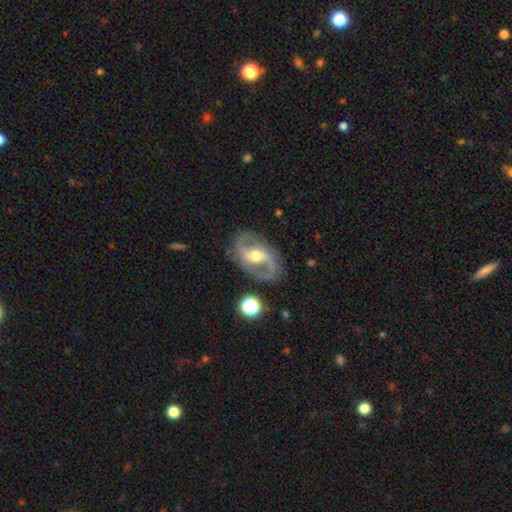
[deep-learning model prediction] Smooth or featured? featured or disk (87%)
Edge-on disk? no (97%)
Bar? weak (46%)
Spiral arms? yes (94%)
Spiral winding? medium (49%)
Spiral arm count? 2 (91%)
Bulge size? moderate (68%)
Merging? none (81%)